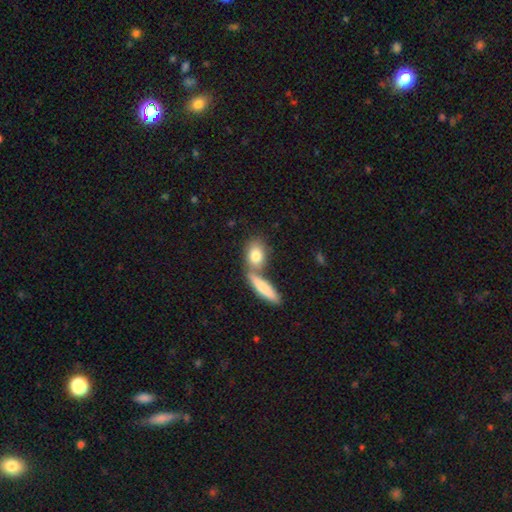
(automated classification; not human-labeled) smooth_or_featured: smooth (p=0.80) [alt: featured or disk p=0.14]
how_rounded: in between (p=0.70) [alt: round p=0.17]
merging: none (p=0.45) [alt: merger p=0.41]